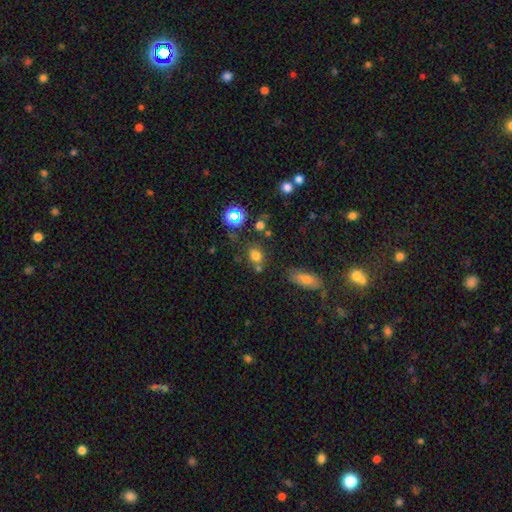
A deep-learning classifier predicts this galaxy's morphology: The model was most divided on "how rounded": round: 53%, in between: 45%, cigar-shaped: 2%. More confident: smooth or featured — smooth (73%); merging — none (67%).